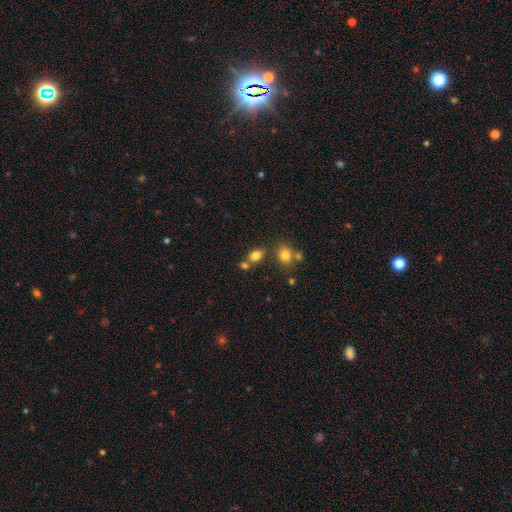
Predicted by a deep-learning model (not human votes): Smooth or featured: smooth — 79% (star or artifact — 13%)
How rounded: in between — 62% (round — 36%)
Merging: none — 64% (merger — 20%)